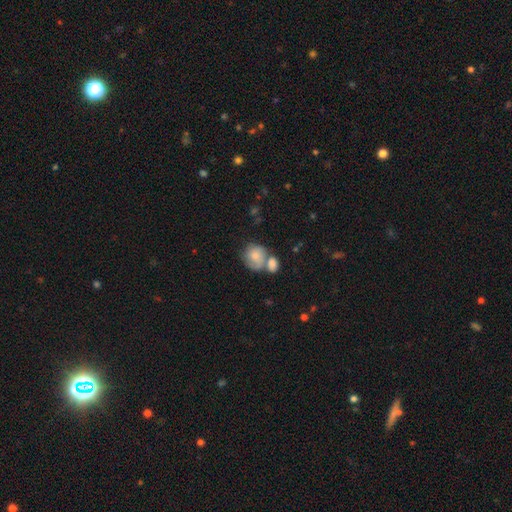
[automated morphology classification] Smooth or featured? Predicted: smooth (p=0.70). How rounded? Predicted: round (p=0.72). Merging? Predicted: merger (p=0.49).